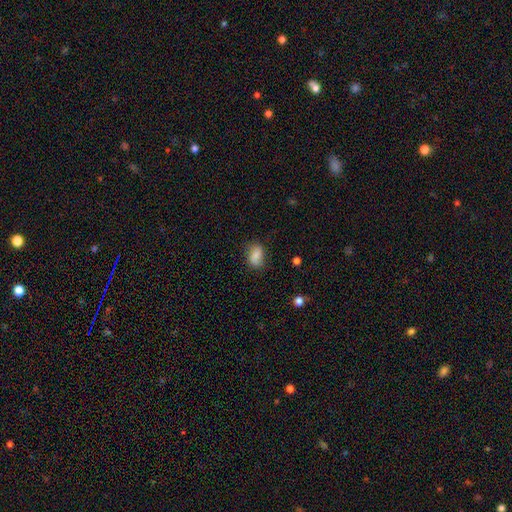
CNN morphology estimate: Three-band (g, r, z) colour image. It shows a smooth galaxy with no disk features (83%) that is in between round and cigar-shaped (83%). Merging: none (76%).